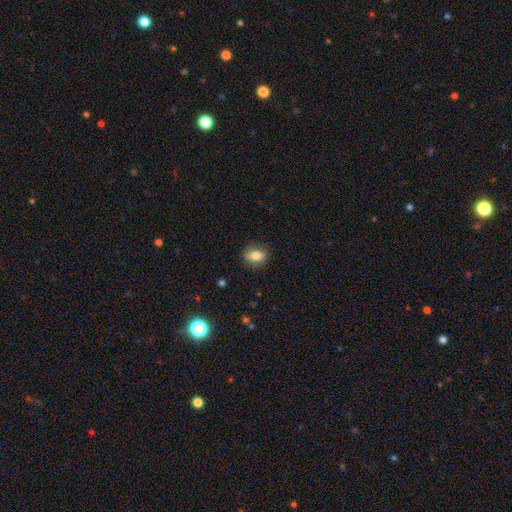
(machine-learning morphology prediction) Smooth or featured? smooth (76%)
How rounded? in between (67%)
Merging? none (83%)